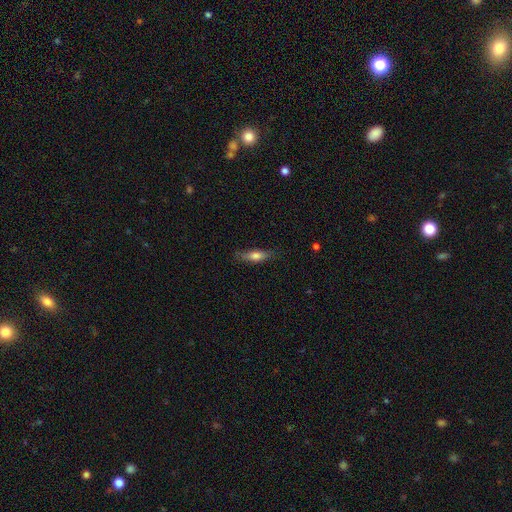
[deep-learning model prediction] Smooth or featured? Predicted: smooth (p=0.67). How rounded? Predicted: cigar-shaped (p=0.55). Merging? Predicted: none (p=0.77).